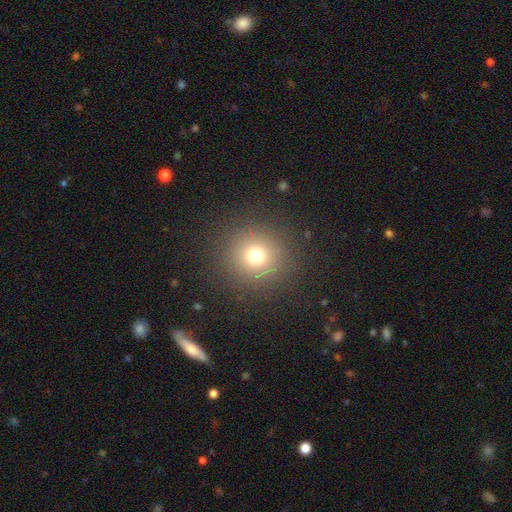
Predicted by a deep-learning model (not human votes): A smooth galaxy with no disk features (72%) that is round (92%). Merging: none (89%).